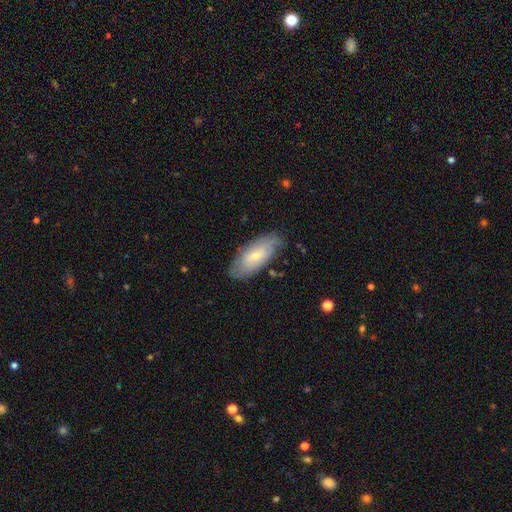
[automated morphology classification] This appears to be a smooth galaxy with no disk features (48%). Merging: none (76%).